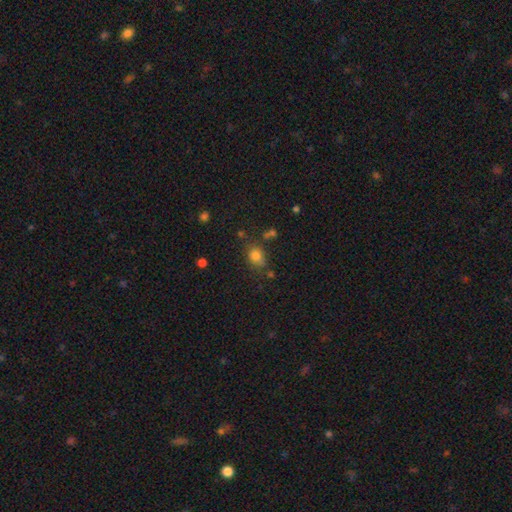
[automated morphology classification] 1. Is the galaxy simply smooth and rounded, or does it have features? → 78% smooth, 13% star or artifact, 8% featured or disk.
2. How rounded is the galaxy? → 57% in between, 41% round, 2% cigar-shaped.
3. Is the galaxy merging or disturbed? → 64% none, 20% minor disturbance, 9% merger, 7% major disturbance.